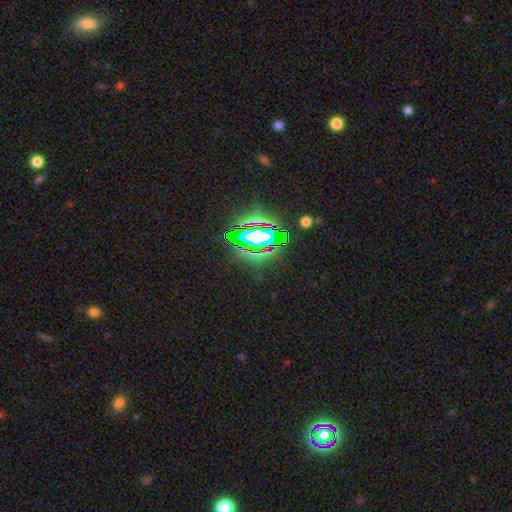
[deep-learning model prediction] Smooth or featured? Predicted: star or artifact (p=0.82).